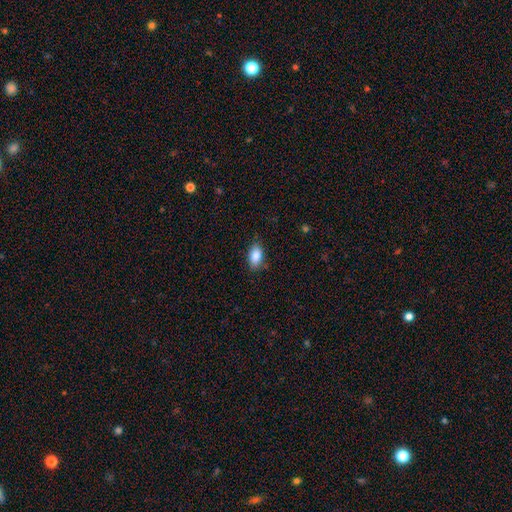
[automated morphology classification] Smooth or featured? Predicted: smooth (p=0.86). How rounded? Predicted: in between (p=0.90). Merging? Predicted: none (p=0.81).